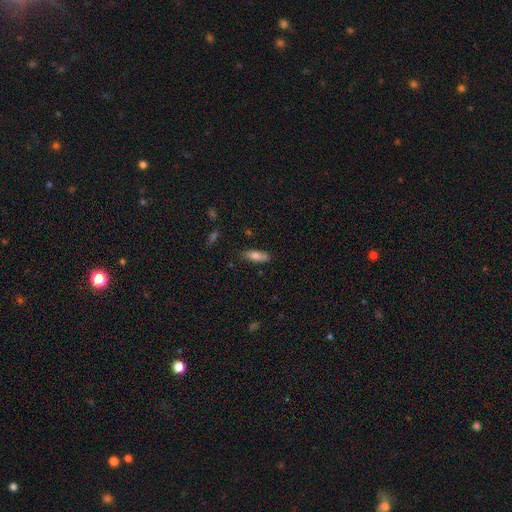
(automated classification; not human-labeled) This is likely a smooth galaxy (79%). How rounded: likely in between (61%). Merging: likely none (78%).